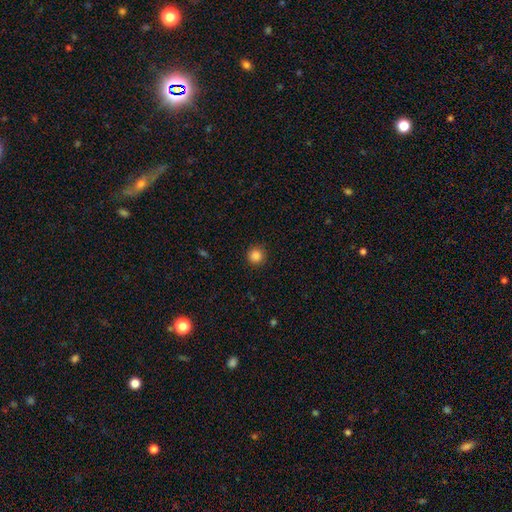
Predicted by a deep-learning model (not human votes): Morphology: type=smooth (86%); roundness=round (95%); merging=none (91%).